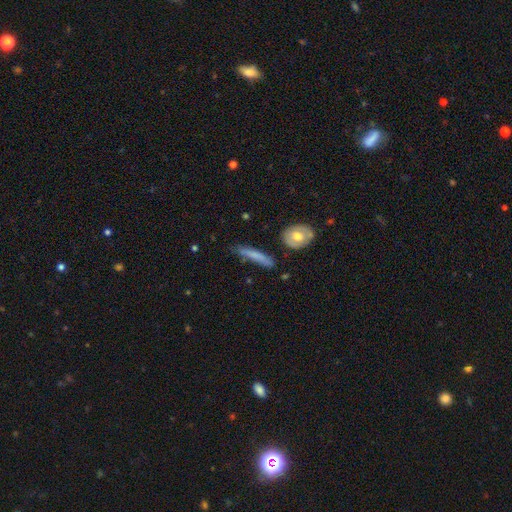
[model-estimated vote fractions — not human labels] smooth_or_featured: smooth (p=0.65) [alt: featured or disk p=0.29]
how_rounded: cigar-shaped (p=0.86) [alt: in between p=0.11]
merging: none (p=0.69) [alt: minor disturbance p=0.22]